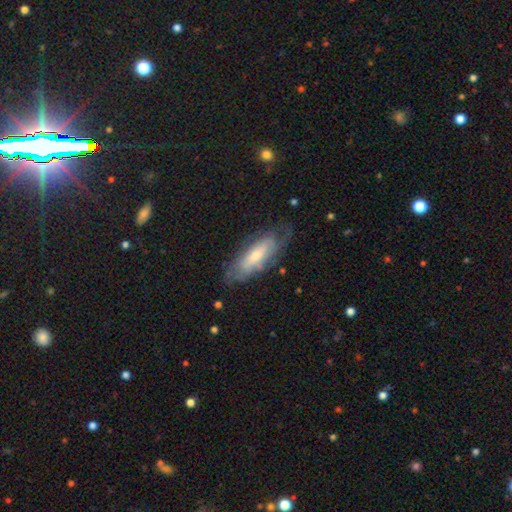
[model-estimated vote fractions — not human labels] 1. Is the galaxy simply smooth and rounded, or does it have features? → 49% featured or disk, 44% smooth, 6% star or artifact.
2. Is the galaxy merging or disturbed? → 60% none, 25% minor disturbance, 13% major disturbance, 2% merger.